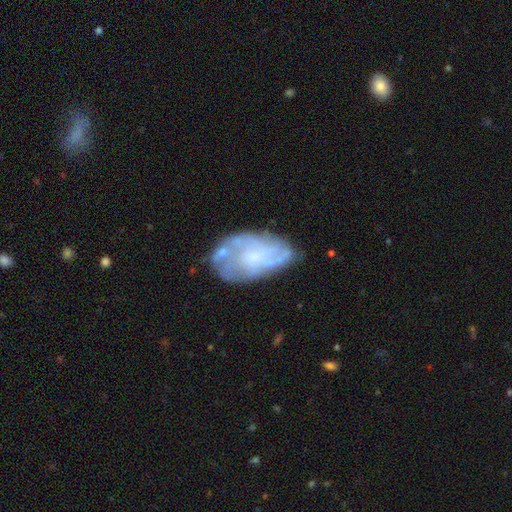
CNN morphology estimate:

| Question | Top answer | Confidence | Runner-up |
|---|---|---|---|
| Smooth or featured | featured or disk | 63% | smooth (28%) |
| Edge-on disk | no | 96% | yes (4%) |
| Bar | no | 75% | weak (21%) |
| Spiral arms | yes | 61% | no (39%) |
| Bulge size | none | 39% | small (37%) |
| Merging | none | 56% | minor disturbance (25%) |